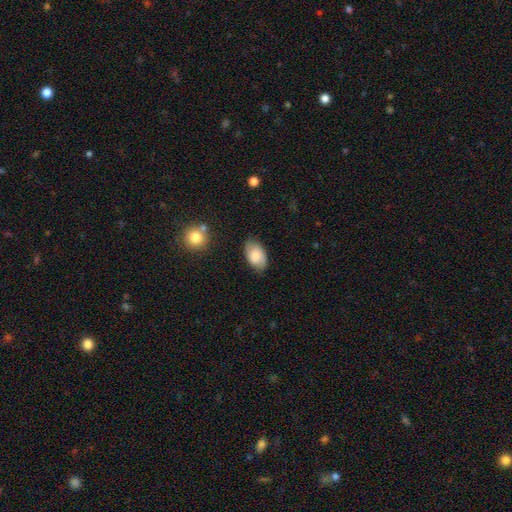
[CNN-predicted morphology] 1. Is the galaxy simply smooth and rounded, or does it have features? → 69% smooth, 23% featured or disk, 8% star or artifact.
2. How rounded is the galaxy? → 91% in between, 8% round, 1% cigar-shaped.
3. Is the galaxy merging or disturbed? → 77% none, 17% minor disturbance, 4% major disturbance, 2% merger.